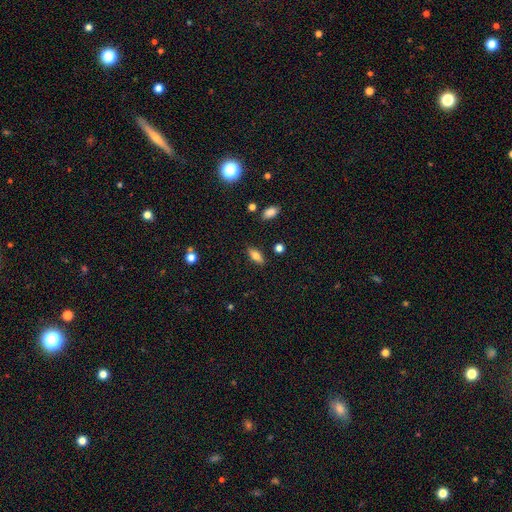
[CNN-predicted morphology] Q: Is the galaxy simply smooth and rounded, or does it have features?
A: smooth — 75%.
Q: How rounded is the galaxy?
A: in between — 81%.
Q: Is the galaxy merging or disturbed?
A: none — 85%.